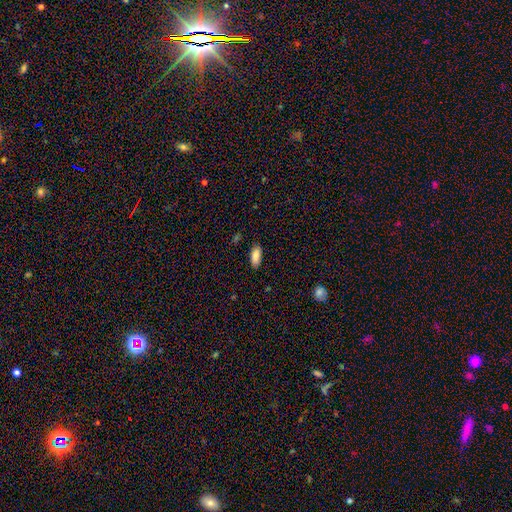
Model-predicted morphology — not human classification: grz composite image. It shows a smooth galaxy with no disk features (87%) that is in between round and cigar-shaped (85%). Merging: none (86%).